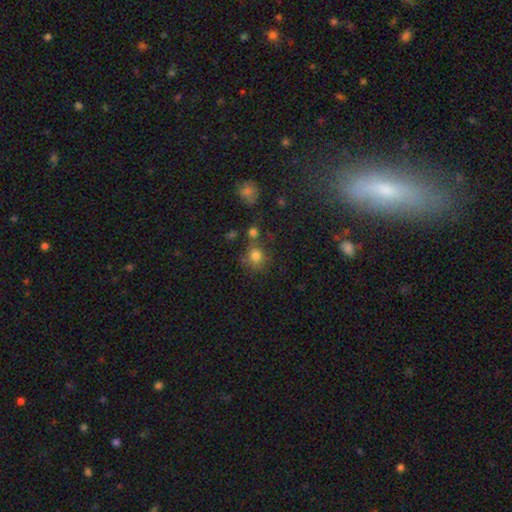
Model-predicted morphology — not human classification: smooth_or_featured: smooth (p=0.78) [alt: star or artifact p=0.13]
how_rounded: round (p=0.81) [alt: in between p=0.18]
merging: none (p=0.60) [alt: merger p=0.18]